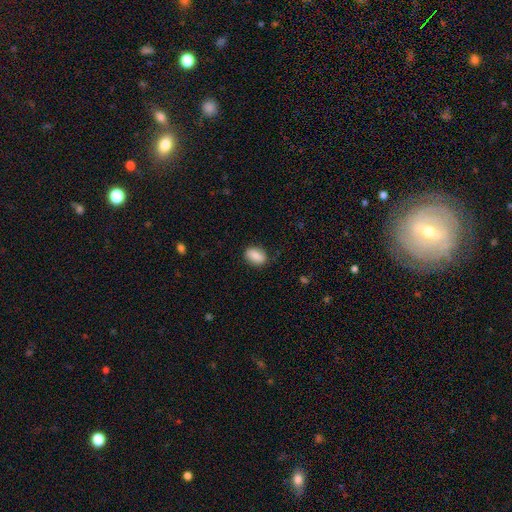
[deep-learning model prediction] Overall: smooth (84%). How rounded: in between (82%). Merging: none (84%).